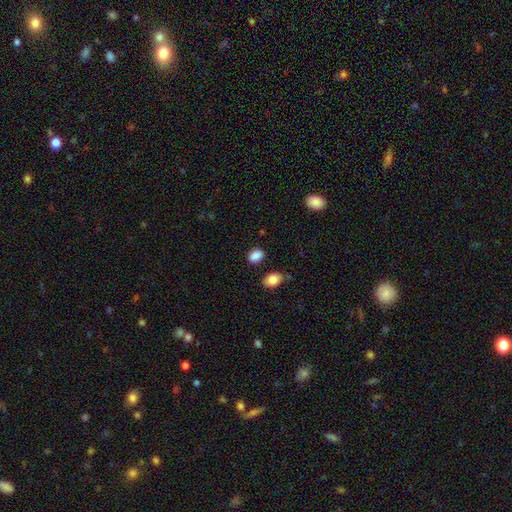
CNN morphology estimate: type=smooth (88%); roundness=in between (74%); merging=none (80%).